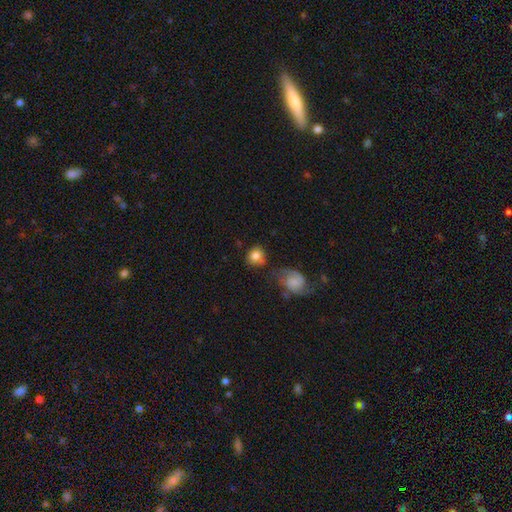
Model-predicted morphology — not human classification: This is likely a smooth galaxy (77%). How rounded: likely round (77%). Merging: likely none (64%).